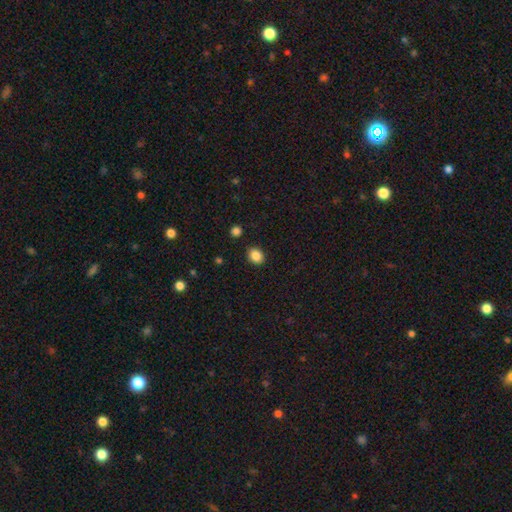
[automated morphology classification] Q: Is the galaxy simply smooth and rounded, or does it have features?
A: smooth — 86%.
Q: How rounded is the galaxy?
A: in between — 51%.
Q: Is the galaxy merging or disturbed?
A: none — 88%.